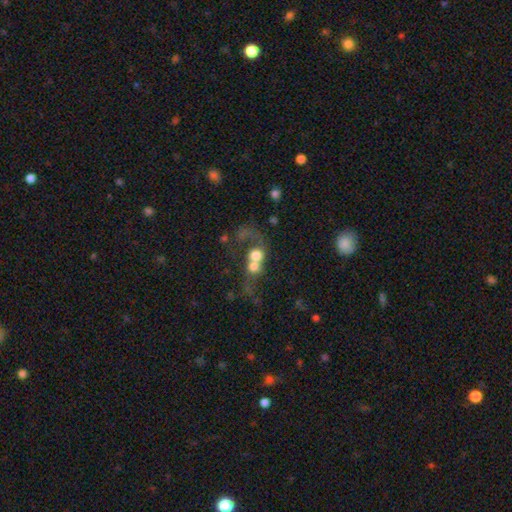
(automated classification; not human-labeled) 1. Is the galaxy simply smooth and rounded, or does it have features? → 56% smooth, 32% featured or disk, 12% star or artifact.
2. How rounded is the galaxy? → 69% round, 29% in between, 2% cigar-shaped.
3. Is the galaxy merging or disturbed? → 74% merger, 11% major disturbance, 10% none, 4% minor disturbance.